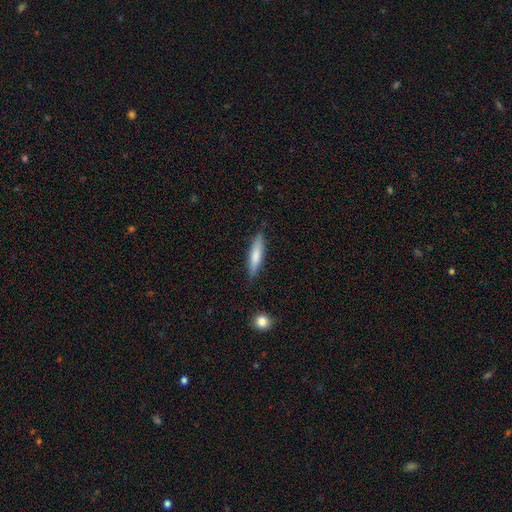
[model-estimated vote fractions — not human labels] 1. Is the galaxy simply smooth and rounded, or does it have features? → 71% smooth, 24% featured or disk, 6% star or artifact.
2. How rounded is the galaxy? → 82% cigar-shaped, 17% in between, 1% round.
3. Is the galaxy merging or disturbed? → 85% none, 12% minor disturbance, 2% major disturbance, 2% merger.